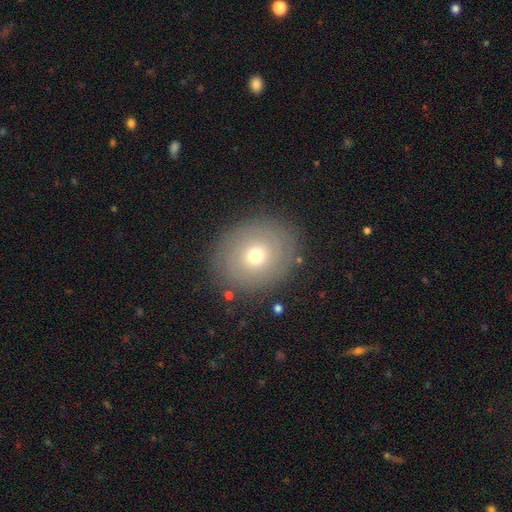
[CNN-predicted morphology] This is possibly a smooth galaxy (52%). How rounded: likely round (65%). Merging: clearly none (84%).